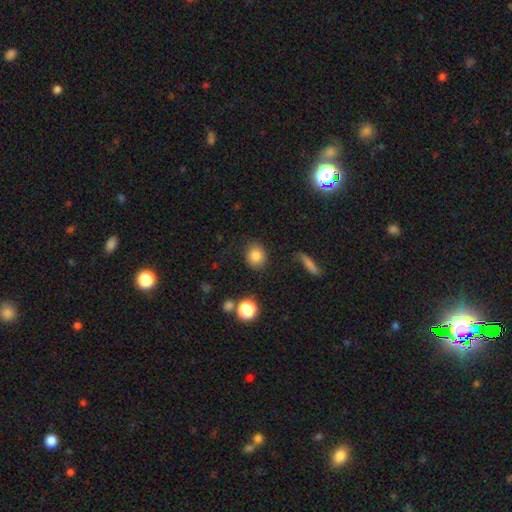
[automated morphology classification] type=smooth (84%); roundness=round (77%); merging=none (85%).